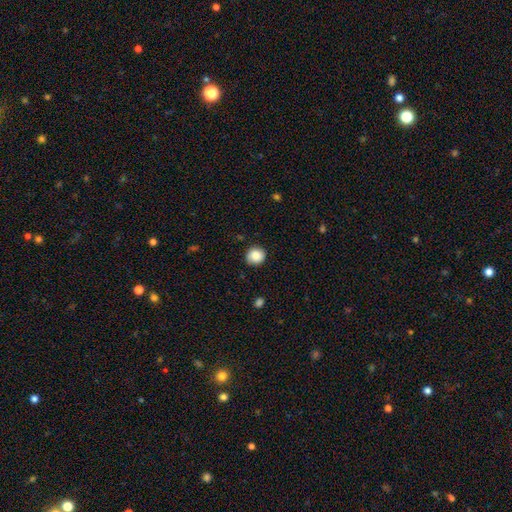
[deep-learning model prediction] A smooth galaxy with no disk features (88%) that is round (88%). Merging: none (87%).